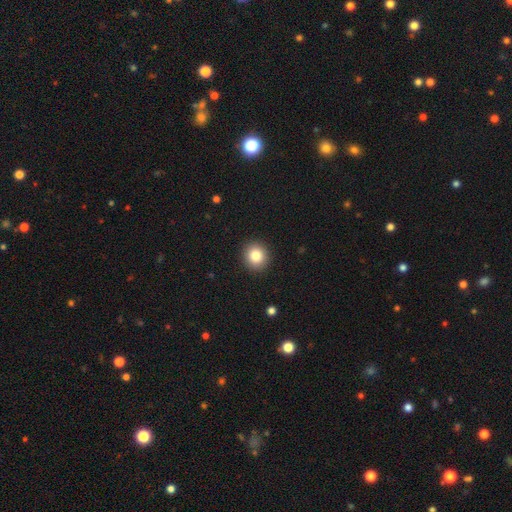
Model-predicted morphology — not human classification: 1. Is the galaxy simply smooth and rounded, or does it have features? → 83% smooth, 10% star or artifact, 7% featured or disk.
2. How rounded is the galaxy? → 87% round, 12% in between, 1% cigar-shaped.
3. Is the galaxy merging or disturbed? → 92% none, 5% minor disturbance, 2% major disturbance, 1% merger.